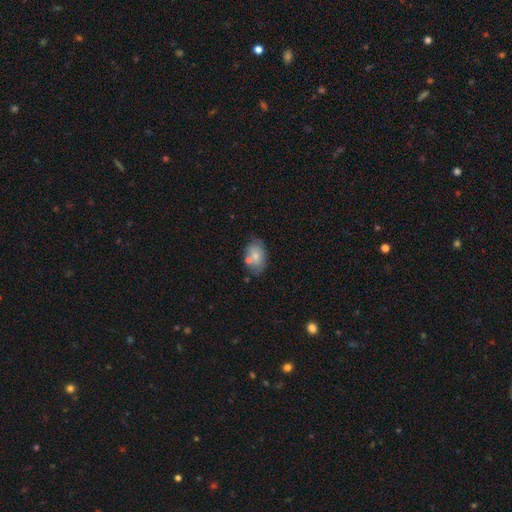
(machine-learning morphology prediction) This appears to be a smooth galaxy with no disk features (72%) that is in between round and cigar-shaped (85%). Merging: none (59%).